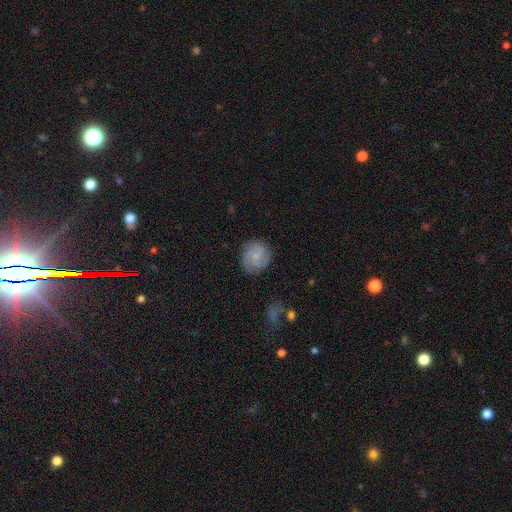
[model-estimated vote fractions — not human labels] A featured or disk galaxy (68%) with no bar (74%), 3 (43%) tight (48%) spiral arms (94%) and a small central bulge (64%). Merging: none (79%).